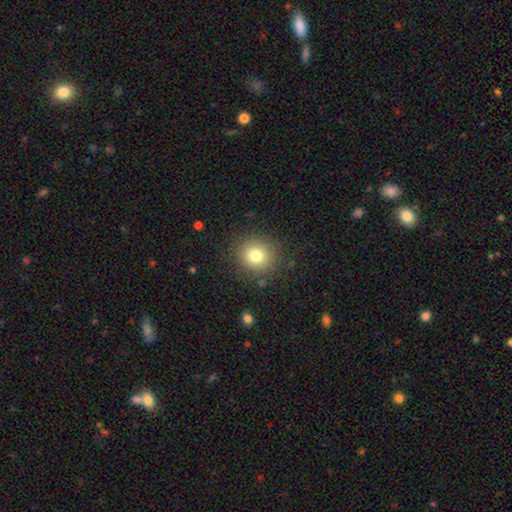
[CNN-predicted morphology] Smooth or featured?
  - smooth: 79% *
  - star or artifact: 13%
  - featured or disk: 8%
How rounded?
  - round: 89% *
  - in between: 10%
  - cigar-shaped: 1%
Merging?
  - none: 87% *
  - minor disturbance: 8%
  - major disturbance: 3%
  - merger: 2%